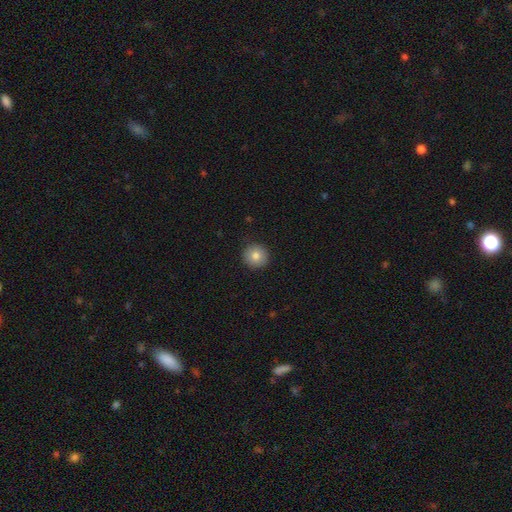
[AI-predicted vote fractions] A smooth galaxy with no disk features (81%) that is round (94%).

Vote fractions:
- Smooth or featured? smooth: 81% / featured or disk: 10% / star or artifact: 9%
- How rounded? round: 94% / in between: 5% / cigar-shaped: 1%
- Merging? none: 91% / minor disturbance: 6% / major disturbance: 2% / merger: 1%